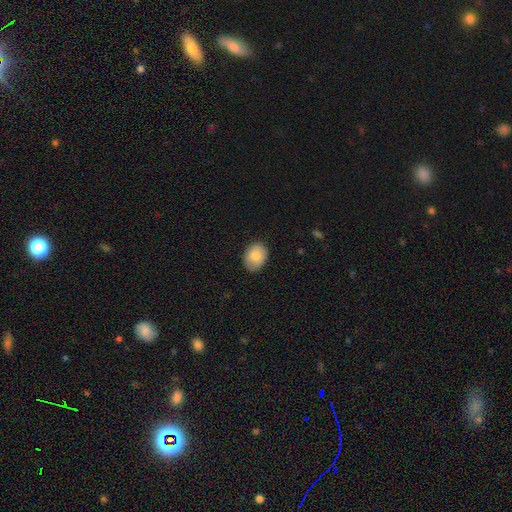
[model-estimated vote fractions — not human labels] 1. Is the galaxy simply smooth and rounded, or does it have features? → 81% smooth, 12% featured or disk, 7% star or artifact.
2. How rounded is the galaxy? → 70% in between, 29% round, 1% cigar-shaped.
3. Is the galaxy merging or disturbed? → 83% none, 14% minor disturbance, 2% major disturbance, 1% merger.